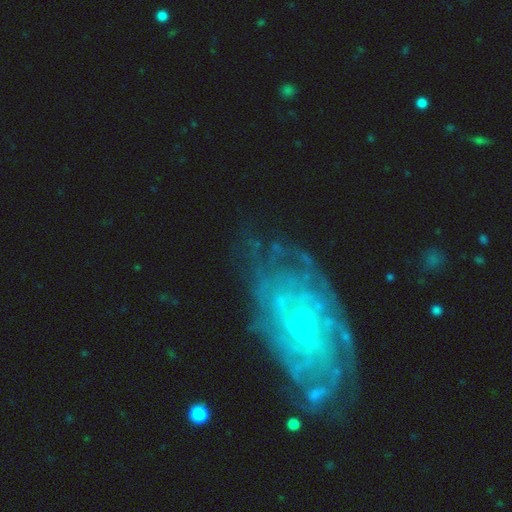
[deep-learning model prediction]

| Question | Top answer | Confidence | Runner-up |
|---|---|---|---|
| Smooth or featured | featured or disk | 81% | smooth (11%) |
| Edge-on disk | no | 94% | yes (6%) |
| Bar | no | 76% | weak (19%) |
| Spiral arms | yes | 91% | no (9%) |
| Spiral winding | tight | 74% | medium (20%) |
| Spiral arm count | can't tell | 48% | more than 4 (16%) |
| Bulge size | small | 85% | moderate (9%) |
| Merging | none | 72% | minor disturbance (17%) |